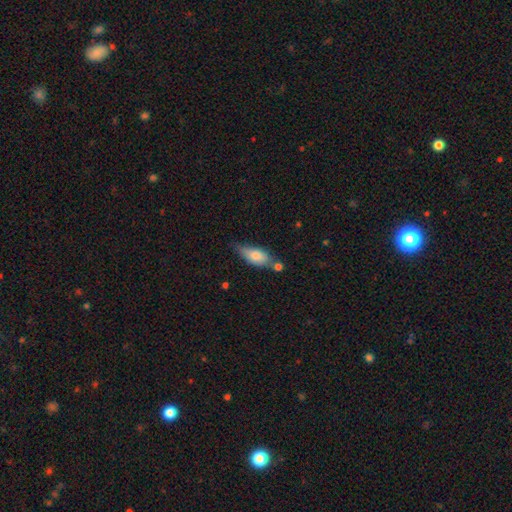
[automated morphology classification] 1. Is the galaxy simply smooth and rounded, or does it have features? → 71% smooth, 22% featured or disk, 7% star or artifact.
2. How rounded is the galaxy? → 76% in between, 21% cigar-shaped, 4% round.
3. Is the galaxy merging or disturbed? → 50% none, 28% minor disturbance, 14% merger, 7% major disturbance.